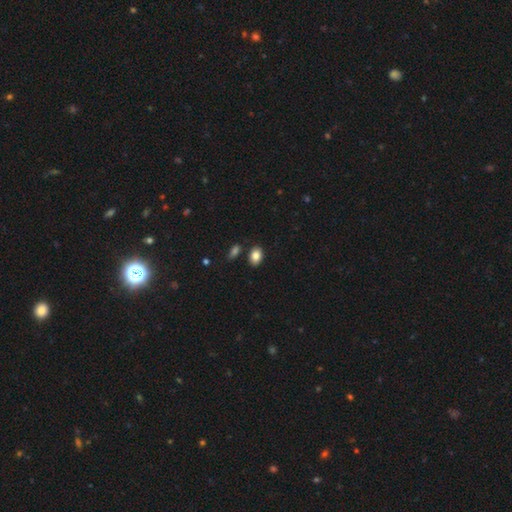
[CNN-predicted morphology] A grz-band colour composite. It shows a smooth galaxy with no disk features (85%) that is in between round and cigar-shaped (85%). Merging: none (82%).